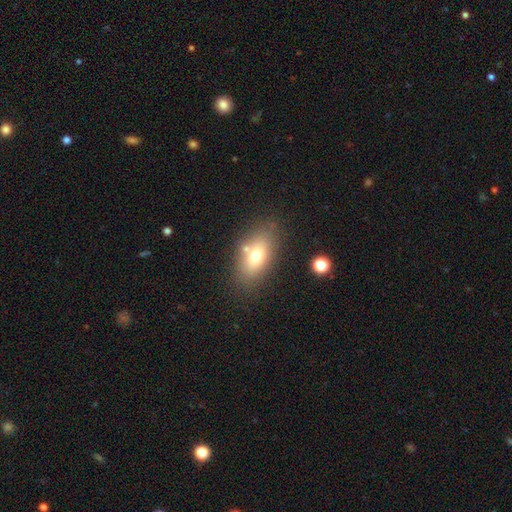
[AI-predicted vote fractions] smooth_or_featured: smooth (p=0.70) [alt: featured or disk p=0.20]
how_rounded: in between (p=0.85) [alt: round p=0.10]
merging: none (p=0.71) [alt: minor disturbance p=0.13]